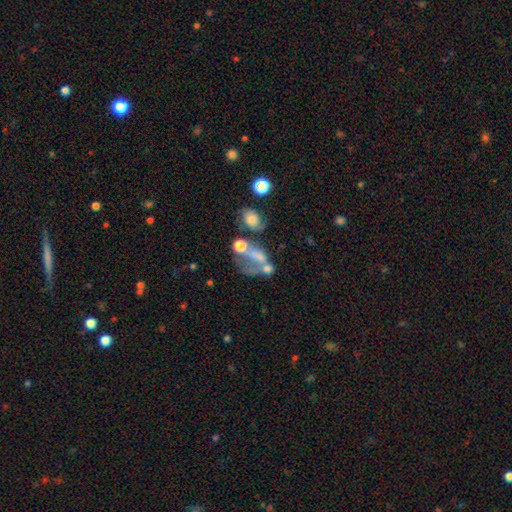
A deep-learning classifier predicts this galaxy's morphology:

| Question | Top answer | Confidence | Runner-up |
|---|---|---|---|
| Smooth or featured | smooth | 46% | featured or disk (38%) |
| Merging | merger | 41% | major disturbance (29%) |